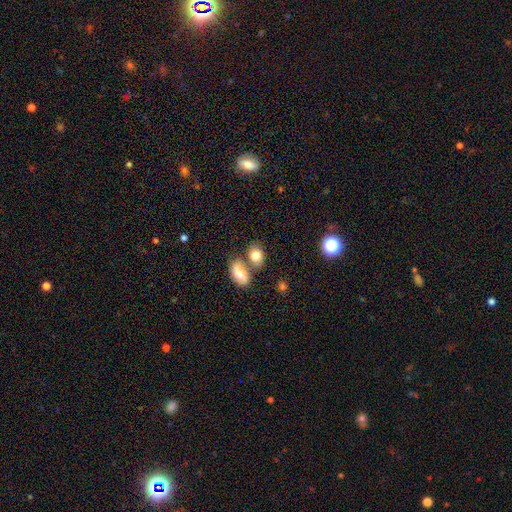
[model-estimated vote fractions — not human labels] Smooth or featured? smooth (80%)
How rounded? in between (70%)
Merging? none (46%)